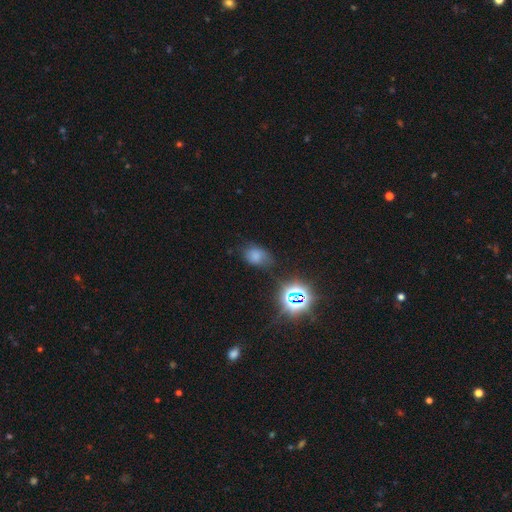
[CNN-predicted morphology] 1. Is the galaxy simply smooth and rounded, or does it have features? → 65% smooth, 24% star or artifact, 10% featured or disk.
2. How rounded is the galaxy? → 76% in between, 23% round, 1% cigar-shaped.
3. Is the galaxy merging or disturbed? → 59% none, 28% minor disturbance, 10% major disturbance, 4% merger.